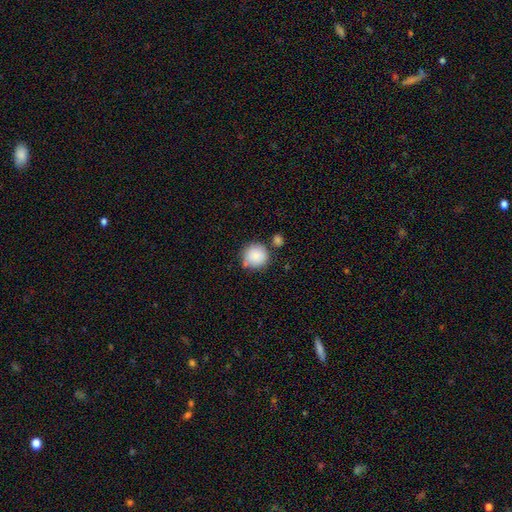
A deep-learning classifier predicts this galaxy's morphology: Overall: smooth (87%). How rounded: round (92%). Merging: none (71%).